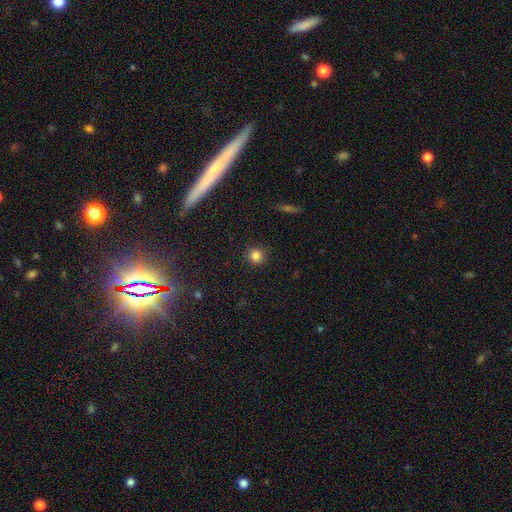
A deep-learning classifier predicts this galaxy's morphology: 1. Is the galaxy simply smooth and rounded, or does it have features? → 83% smooth, 12% star or artifact, 5% featured or disk.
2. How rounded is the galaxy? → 89% round, 9% in between, 1% cigar-shaped.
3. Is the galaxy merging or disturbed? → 90% none, 7% minor disturbance, 2% major disturbance, 1% merger.